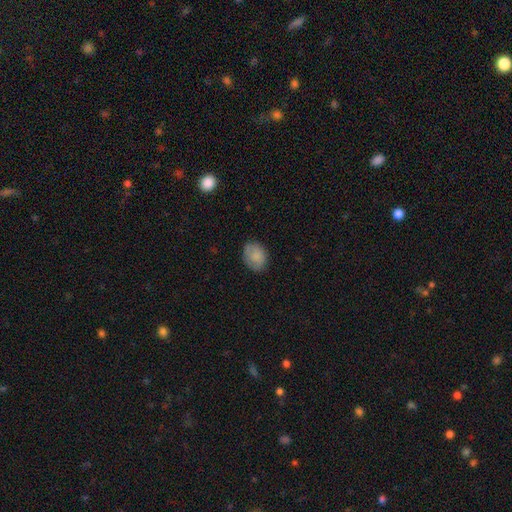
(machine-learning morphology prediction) smooth_or_featured: smooth (p=0.82) [alt: featured or disk p=0.10]
how_rounded: in between (p=0.66) [alt: round p=0.33]
merging: none (p=0.78) [alt: minor disturbance p=0.17]